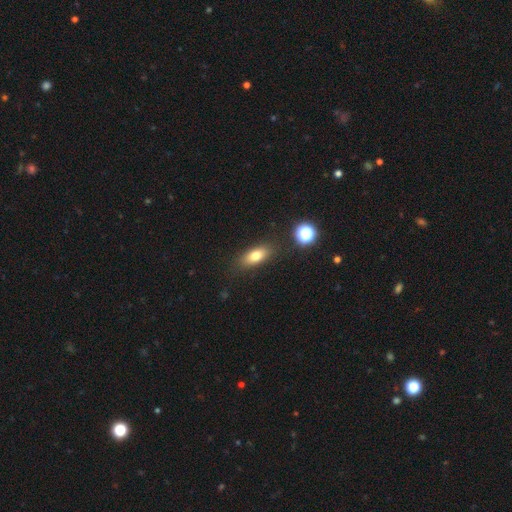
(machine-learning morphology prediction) Smooth or featured? smooth (76%)
How rounded? in between (78%)
Merging? none (84%)